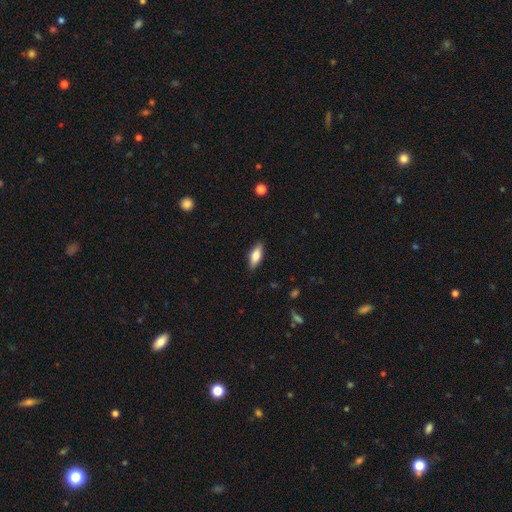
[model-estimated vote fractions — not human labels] A smooth galaxy with no disk features (75%) that is in between round and cigar-shaped (74%).

Vote fractions:
- Smooth or featured? smooth: 75% / featured or disk: 18% / star or artifact: 6%
- How rounded? in between: 74% / cigar-shaped: 23% / round: 2%
- Merging? none: 88% / minor disturbance: 9% / major disturbance: 2% / merger: 1%